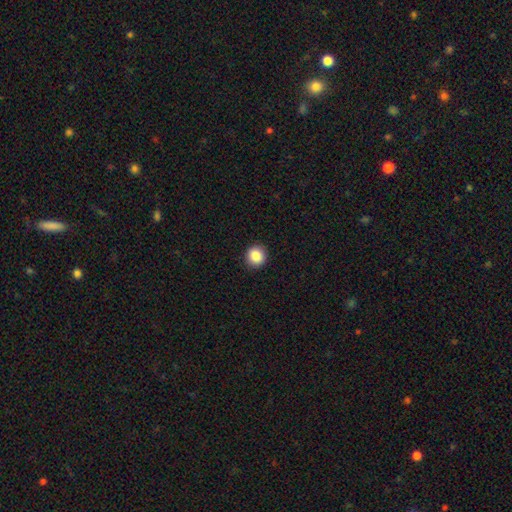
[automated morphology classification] This appears to be a smooth galaxy with no disk features (86%) that is round (92%). Merging: none (92%).